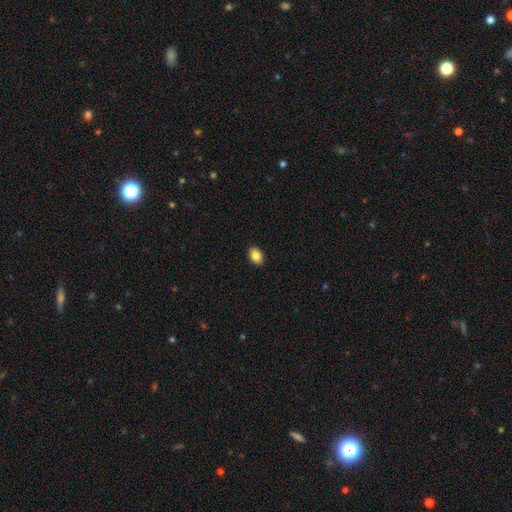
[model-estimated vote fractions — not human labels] This appears to be a smooth galaxy with no disk features (86%) that is in between round and cigar-shaped (81%). Merging: none (91%).